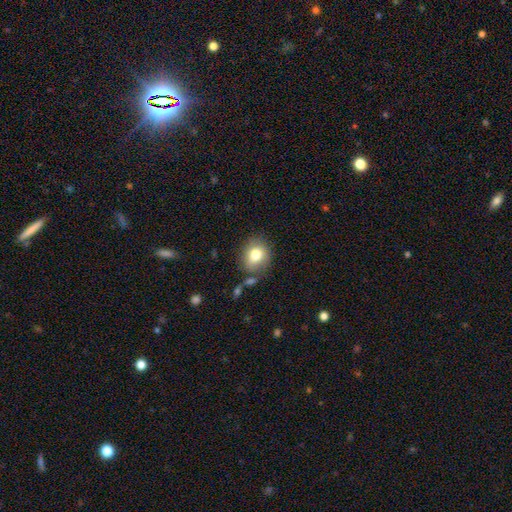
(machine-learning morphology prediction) The model was most divided on "how rounded": round: 58%, in between: 41%, cigar-shaped: 1%. More confident: smooth or featured — smooth (79%); merging — none (72%).